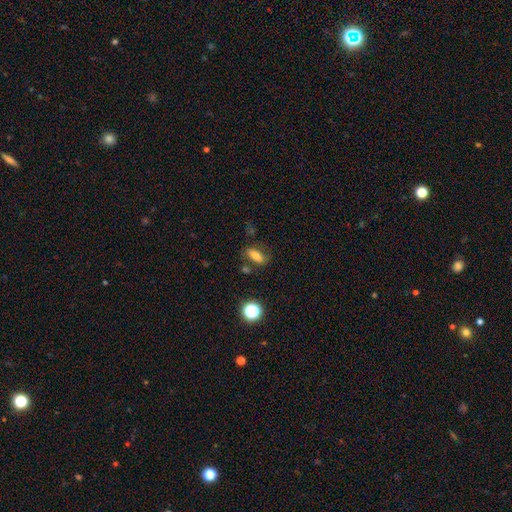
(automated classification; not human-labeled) The model was most divided on "how rounded": in between: 71%, cigar-shaped: 21%, round: 8%. More confident: smooth or featured — smooth (73%); merging — none (69%).